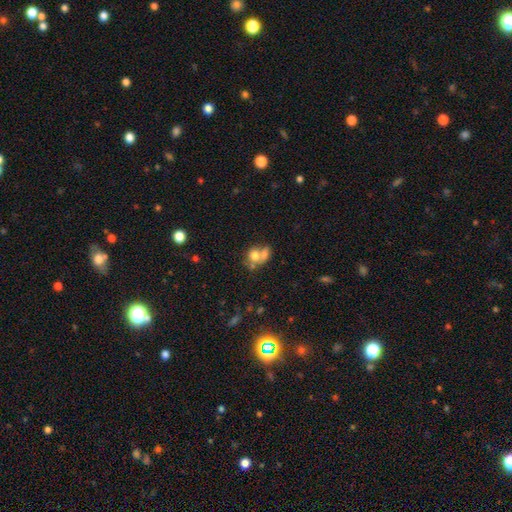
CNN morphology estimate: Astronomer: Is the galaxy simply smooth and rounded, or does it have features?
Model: smooth — 68%.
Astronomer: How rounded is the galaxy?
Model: round — 56% (runner-up: in between, 42%).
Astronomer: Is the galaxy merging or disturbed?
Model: merger — 59%.